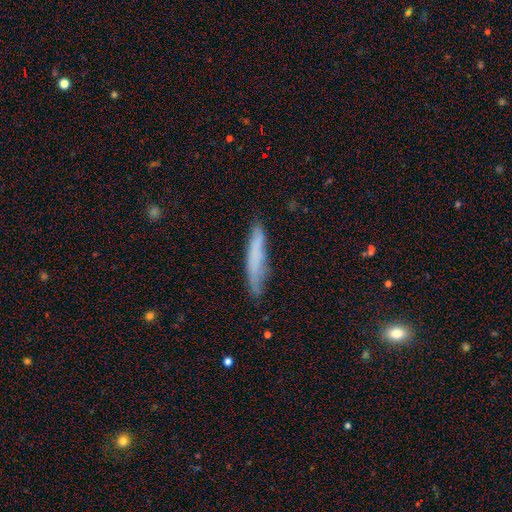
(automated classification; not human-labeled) A smooth galaxy with no disk features (64%) that is cigar-shaped (90%). Merging: none (74%).